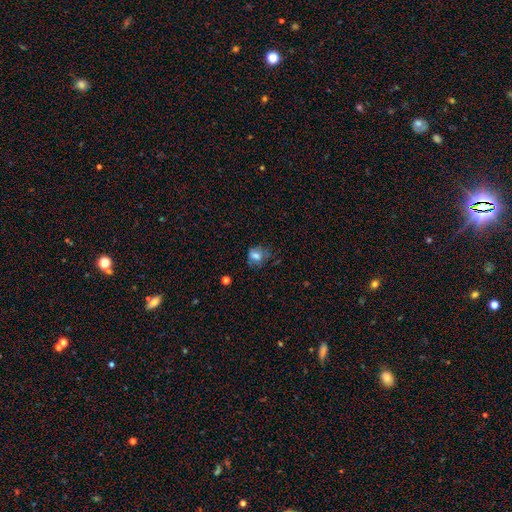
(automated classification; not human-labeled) Smooth or featured?
  - smooth: 72% *
  - featured or disk: 16%
  - star or artifact: 12%
How rounded?
  - round: 56% *
  - in between: 42%
  - cigar-shaped: 1%
Merging?
  - none: 52% *
  - minor disturbance: 29%
  - major disturbance: 17%
  - merger: 3%